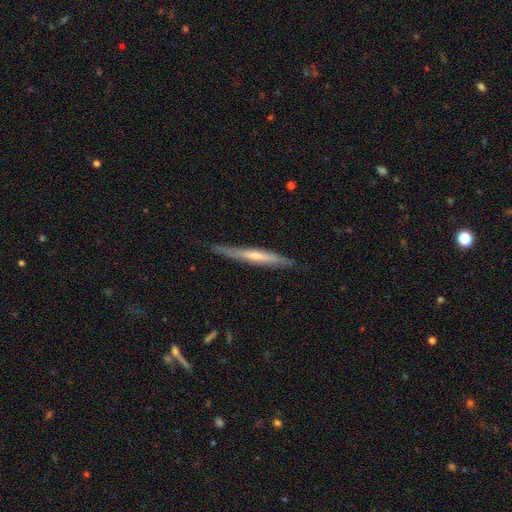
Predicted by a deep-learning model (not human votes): smooth_or_featured: featured or disk (p=0.57) [alt: smooth p=0.37]
disk_edge_on: yes (p=0.94) [alt: no p=0.06]
edge_on_bulge: none (p=0.56) [alt: rounded p=0.37]
merging: none (p=0.84) [alt: minor disturbance p=0.13]